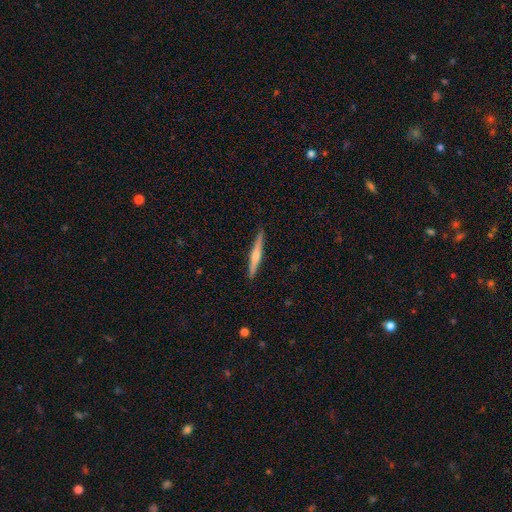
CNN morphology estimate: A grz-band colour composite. It shows a featured or disk galaxy (50%) viewed edge-on (98%). Merging: none (91%).